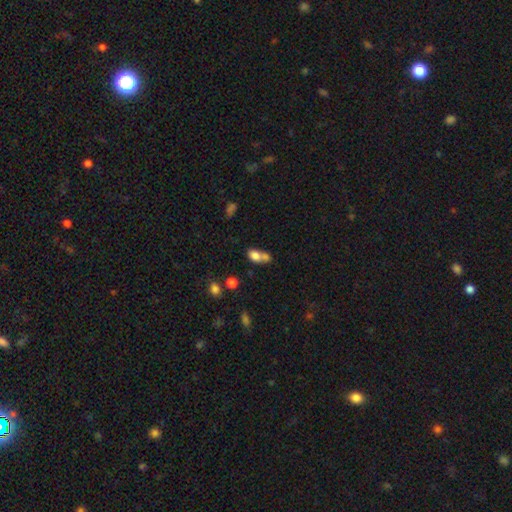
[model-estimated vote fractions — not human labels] Q: Smooth or featured?
A: smooth (76%); runner-up: featured or disk (13%)
Q: How rounded?
A: in between (74%); runner-up: round (22%)
Q: Merging?
A: merger (60%); runner-up: none (25%)